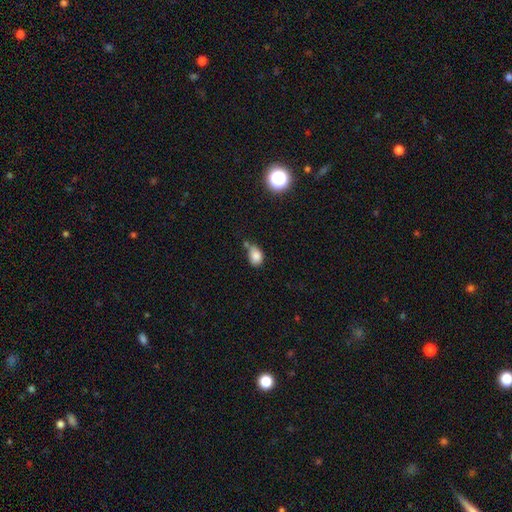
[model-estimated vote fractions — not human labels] This appears to be a smooth galaxy with no disk features (82%) that is in between round and cigar-shaped (80%). Merging: none (44%).